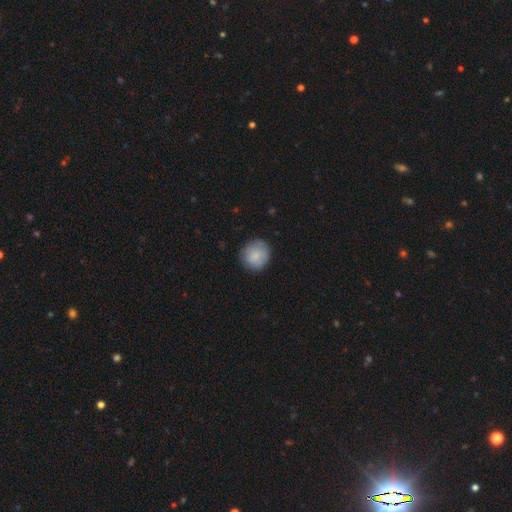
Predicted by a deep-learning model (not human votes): A smooth galaxy with no disk features (83%) that is round (89%). Merging: none (81%).